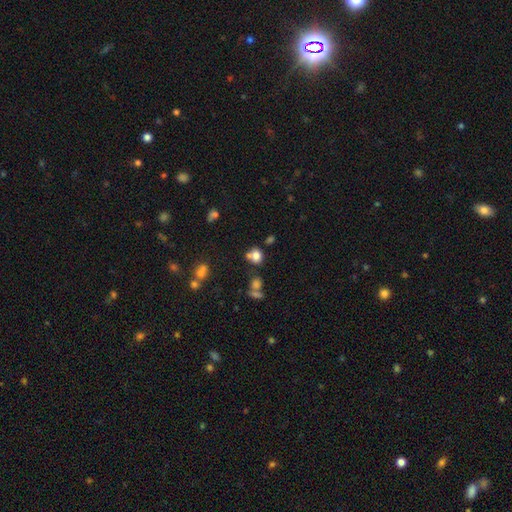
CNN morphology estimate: This appears to be a smooth galaxy with no disk features (76%) that is round (63%). Merging: none (51%).